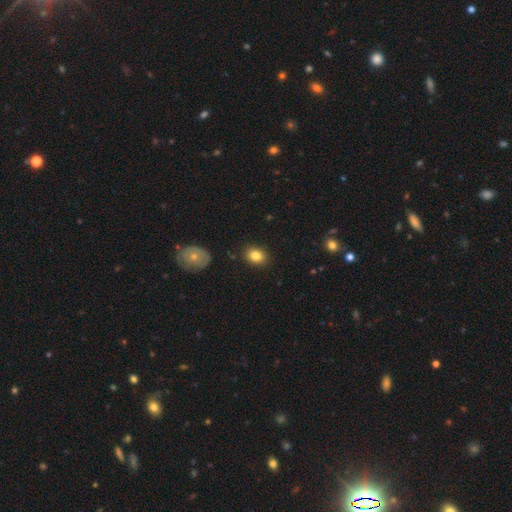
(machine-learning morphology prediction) Smooth or featured? smooth (83%)
How rounded? in between (57%)
Merging? none (88%)